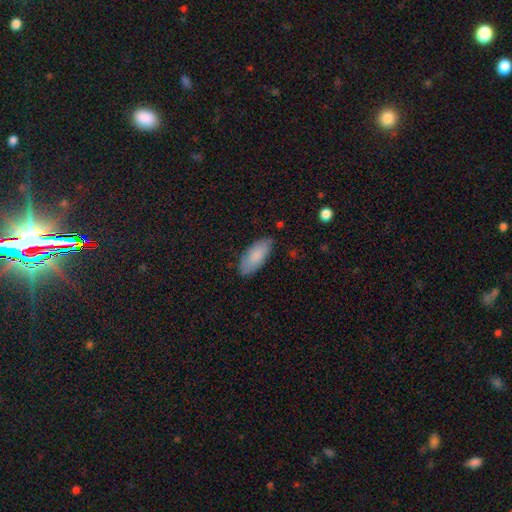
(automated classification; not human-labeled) smooth-or-featured: smooth: 84% | featured or disk: 10% | star or artifact: 6%
  how-rounded: in between: 85% | cigar-shaped: 13% | round: 2%
  merging: none: 80% | minor disturbance: 16% | major disturbance: 3% | merger: 1%